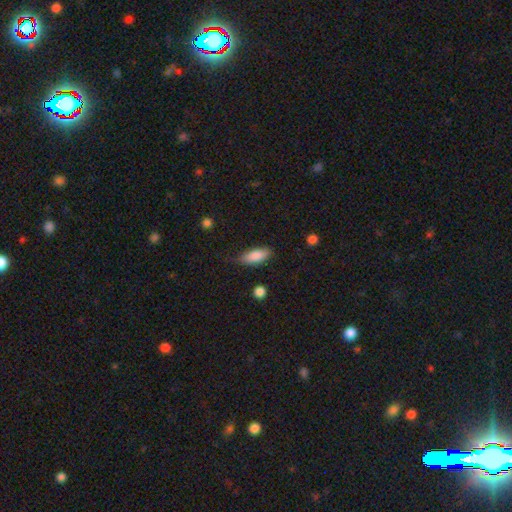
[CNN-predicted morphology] type=smooth (86%); roundness=in between (79%); merging=none (71%).